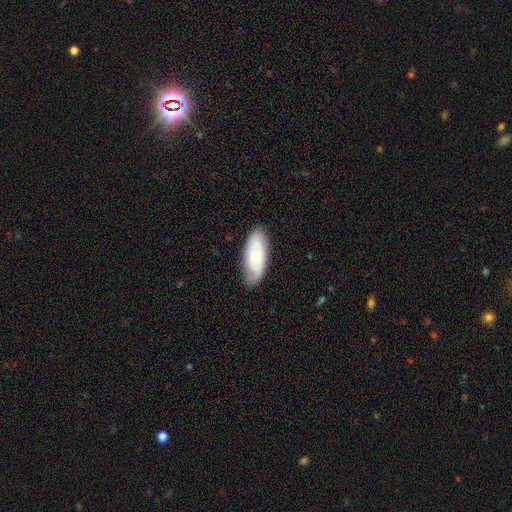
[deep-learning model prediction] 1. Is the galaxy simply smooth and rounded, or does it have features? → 56% smooth, 37% featured or disk, 6% star or artifact.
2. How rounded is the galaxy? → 77% in between, 21% cigar-shaped, 2% round.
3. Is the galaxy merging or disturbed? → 76% none, 19% minor disturbance, 4% major disturbance, 1% merger.